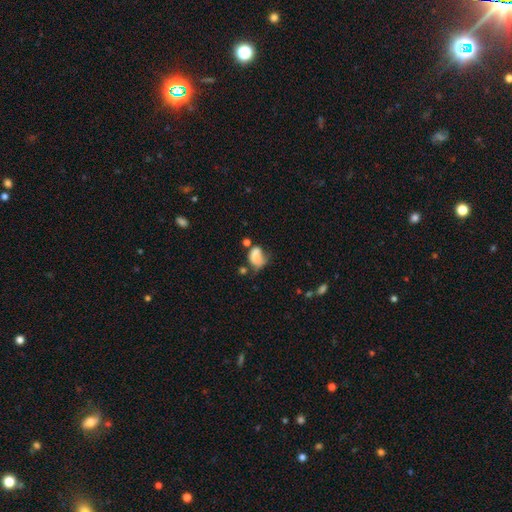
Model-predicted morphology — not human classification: smooth_or_featured: smooth (p=0.74) [alt: featured or disk p=0.16]
how_rounded: in between (p=0.72) [alt: round p=0.27]
merging: minor disturbance (p=0.30) [tied with: major disturbance p=0.30]